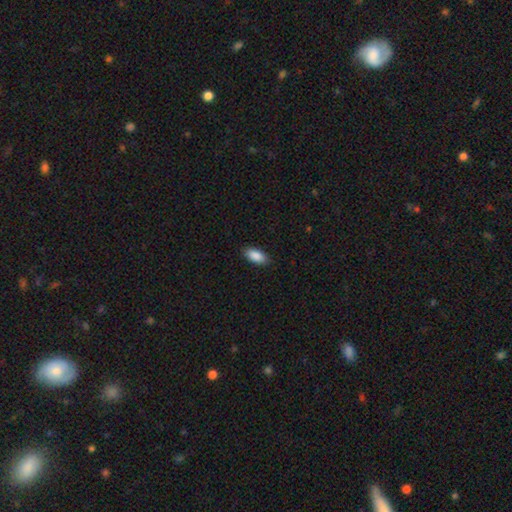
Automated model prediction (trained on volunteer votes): Smooth or featured?
  - smooth: 90% *
  - star or artifact: 6%
  - featured or disk: 4%
How rounded?
  - in between: 89% *
  - cigar-shaped: 9%
  - round: 2%
Merging?
  - none: 88% *
  - minor disturbance: 9%
  - major disturbance: 2%
  - merger: 1%